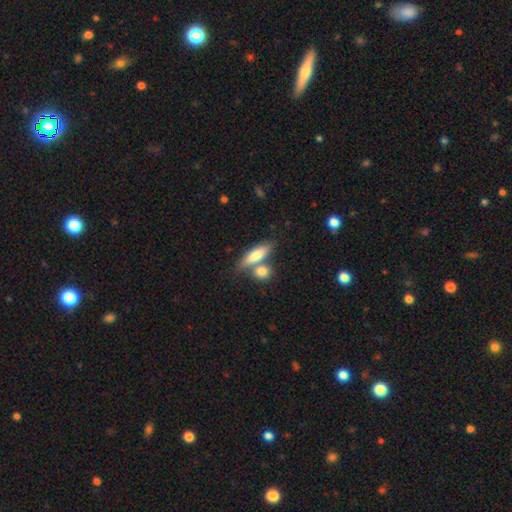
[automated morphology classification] smooth 75%, featured or disk 19%, star or artifact 6%. Down the decision tree: how rounded — in between (55%); merging — none (50%).